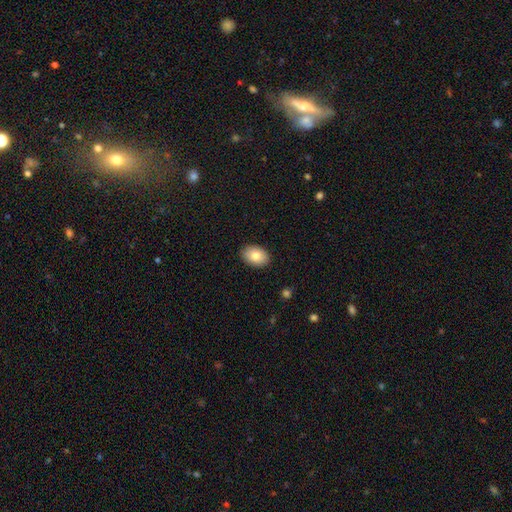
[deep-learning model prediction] smooth 82%, featured or disk 11%, star or artifact 7%. Down the decision tree: how rounded — in between (87%); merging — none (89%).